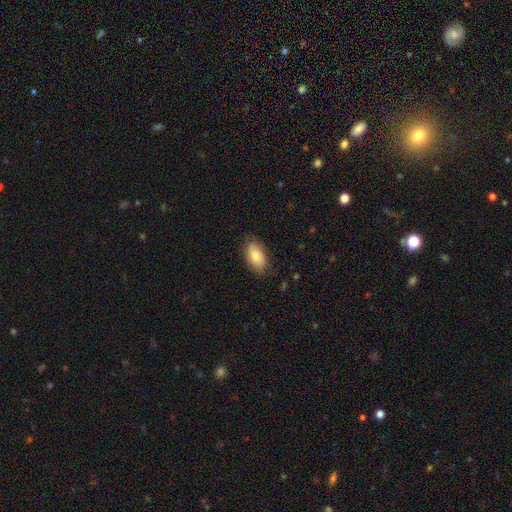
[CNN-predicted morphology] type=smooth (79%); roundness=in between (92%); merging=none (81%).